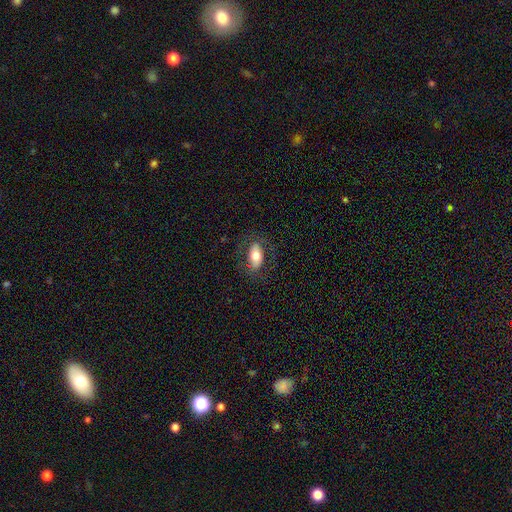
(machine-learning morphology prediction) Smooth or featured: smooth — 68% (featured or disk — 25%)
How rounded: in between — 91% (round — 5%)
Merging: none — 79% (minor disturbance — 13%)